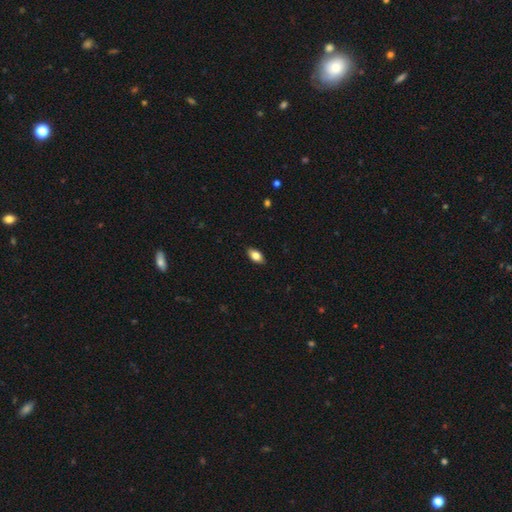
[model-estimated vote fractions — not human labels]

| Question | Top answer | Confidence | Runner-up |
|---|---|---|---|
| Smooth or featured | smooth | 79% | featured or disk (14%) |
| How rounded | in between | 89% | round (6%) |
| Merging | none | 87% | minor disturbance (10%) |